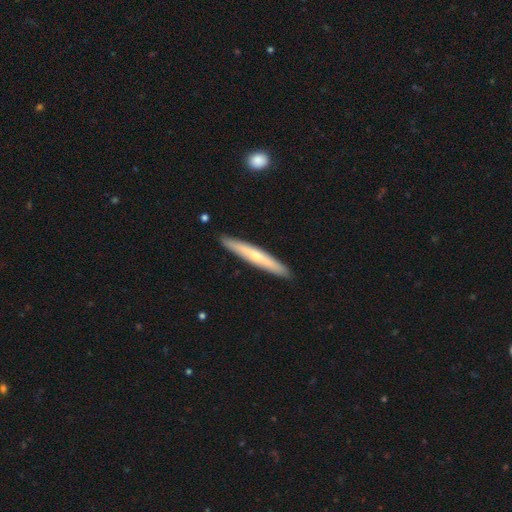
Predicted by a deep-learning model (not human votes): smooth-or-featured: featured or disk: 57% | smooth: 36% | star or artifact: 7%
  disk-edge-on: yes: 94% | no: 6%
    edge-on-bulge: rounded: 70% | none: 26% | boxy: 4%
  merging: none: 89% | minor disturbance: 8% | merger: 1% | major disturbance: 1%